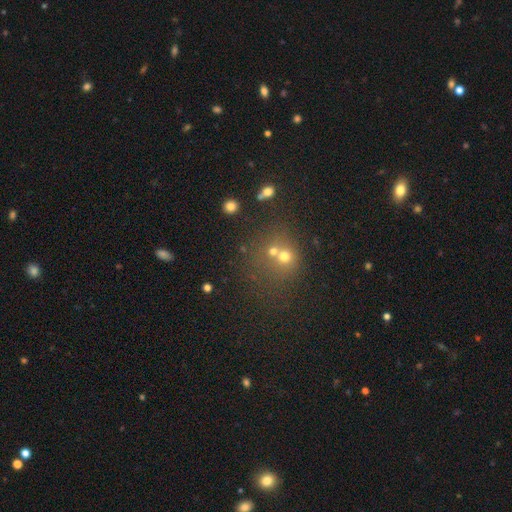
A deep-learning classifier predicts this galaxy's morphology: This appears to be a star or artifact, not a galaxy (47%).